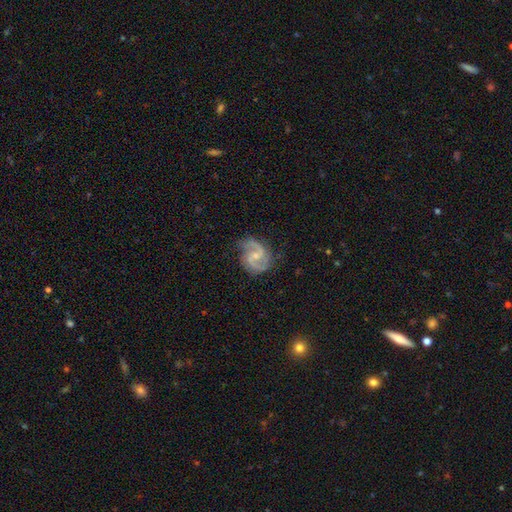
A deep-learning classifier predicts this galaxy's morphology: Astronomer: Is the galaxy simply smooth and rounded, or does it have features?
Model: featured or disk — 90%.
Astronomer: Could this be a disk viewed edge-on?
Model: no — 98%.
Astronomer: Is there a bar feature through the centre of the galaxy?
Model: weak — 50% (runner-up: no, 38%).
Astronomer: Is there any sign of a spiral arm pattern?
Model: yes — 98%.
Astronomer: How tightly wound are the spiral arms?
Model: medium — 61%.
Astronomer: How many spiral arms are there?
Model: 2 — 93%.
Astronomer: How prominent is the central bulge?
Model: small — 62%.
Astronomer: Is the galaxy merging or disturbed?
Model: none — 77%.